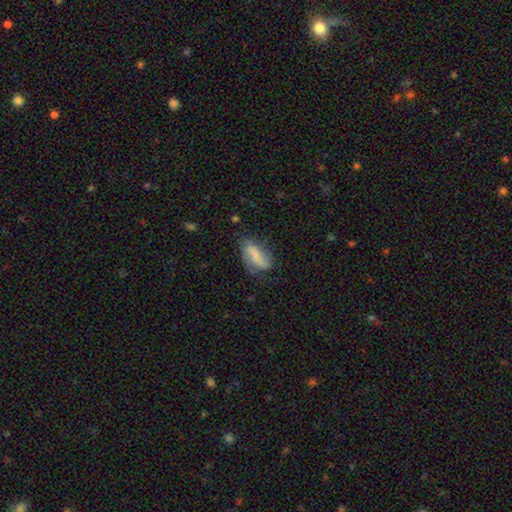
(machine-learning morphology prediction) Overall: smooth (52%; featured or disk 40%). How rounded: in between (80%). Merging: none (54%; minor disturbance 29%).